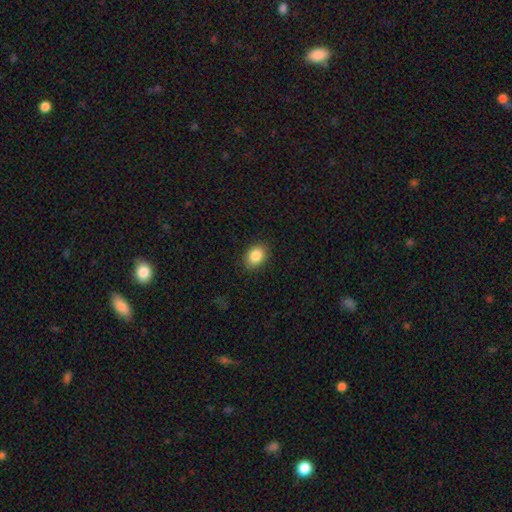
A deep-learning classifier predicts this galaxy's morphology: This is clearly a smooth galaxy (86%). How rounded: likely in between (73%). Merging: clearly none (89%).